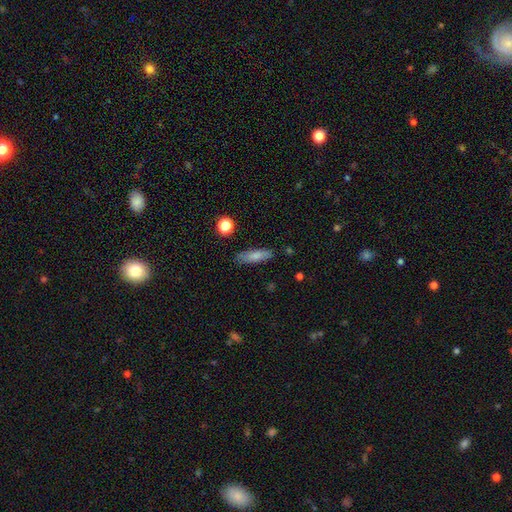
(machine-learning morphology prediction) This appears to be a smooth galaxy with no disk features (79%) that is cigar-shaped (61%). Merging: none (83%).